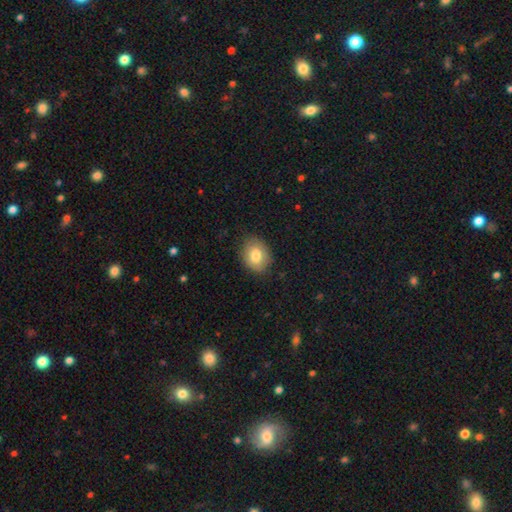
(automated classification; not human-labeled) smooth_or_featured: smooth (p=0.80) [alt: featured or disk p=0.12]
how_rounded: in between (p=0.60) [alt: round p=0.40]
merging: none (p=0.84) [alt: minor disturbance p=0.12]